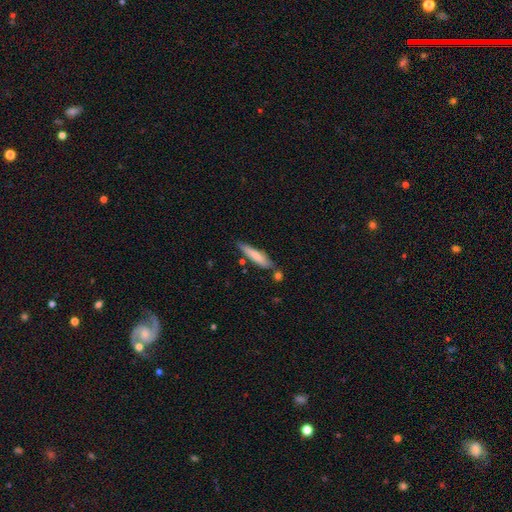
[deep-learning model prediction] Smooth or featured: smooth — 74% (featured or disk — 20%)
How rounded: cigar-shaped — 83% (in between — 16%)
Merging: none — 67% (minor disturbance — 19%)